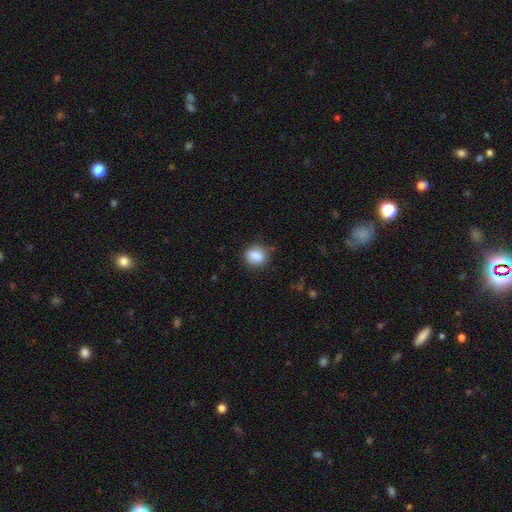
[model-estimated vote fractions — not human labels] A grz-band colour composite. It shows a smooth galaxy with no disk features (85%) that is round (58%). Merging: none (78%).